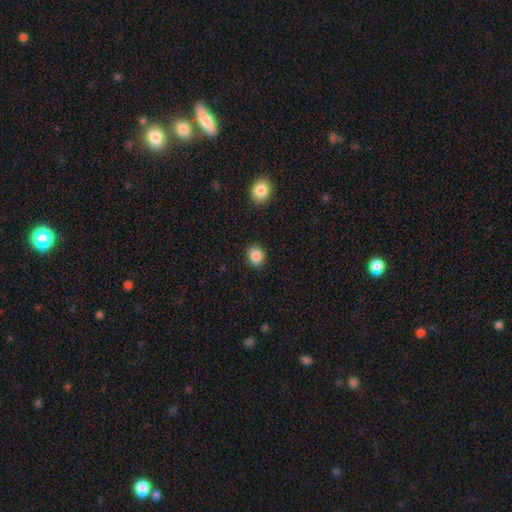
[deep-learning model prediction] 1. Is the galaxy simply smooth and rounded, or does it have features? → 88% smooth, 9% star or artifact, 4% featured or disk.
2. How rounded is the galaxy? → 61% round, 38% in between, 1% cigar-shaped.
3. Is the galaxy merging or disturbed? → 89% none, 7% minor disturbance, 2% major disturbance, 1% merger.